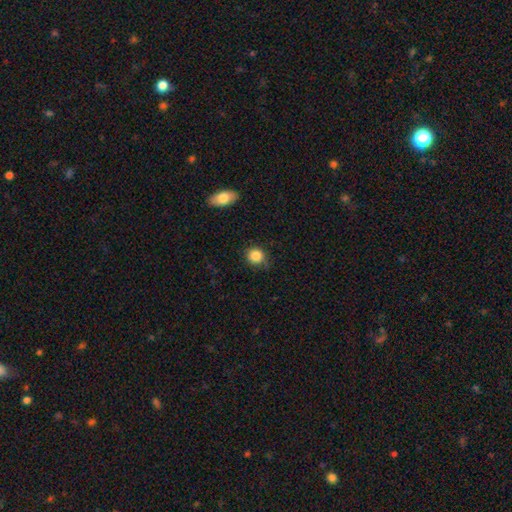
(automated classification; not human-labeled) Smooth or featured? Predicted: smooth (p=0.85). How rounded? Predicted: round (p=0.83). Merging? Predicted: none (p=0.78).